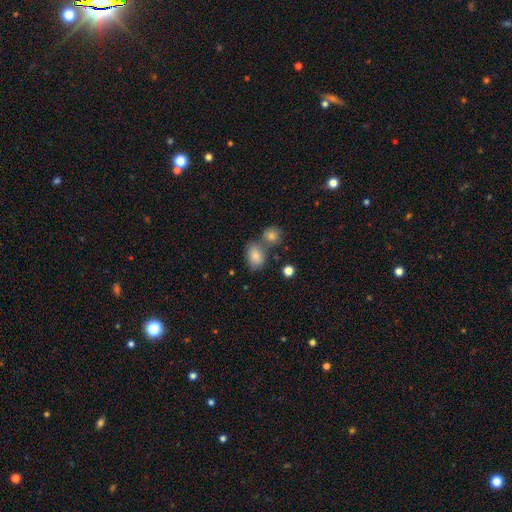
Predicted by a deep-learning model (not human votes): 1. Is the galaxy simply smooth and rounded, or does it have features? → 82% smooth, 9% featured or disk, 9% star or artifact.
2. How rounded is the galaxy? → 71% in between, 27% round, 1% cigar-shaped.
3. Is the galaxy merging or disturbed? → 51% none, 33% merger, 13% minor disturbance, 4% major disturbance.